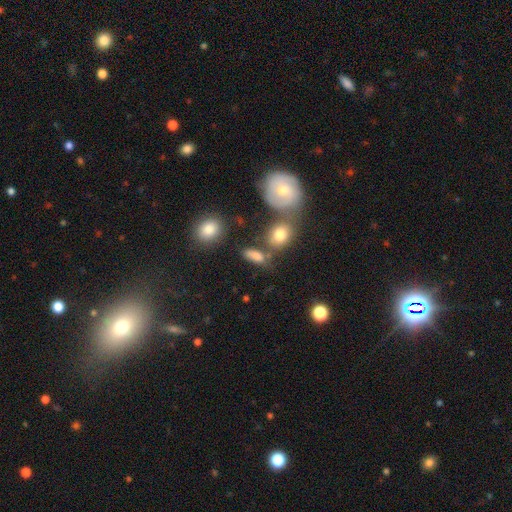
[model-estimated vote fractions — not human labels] smooth 77%, featured or disk 12%, star or artifact 11%. Down the decision tree: how rounded — in between (76%); merging — none (56%).